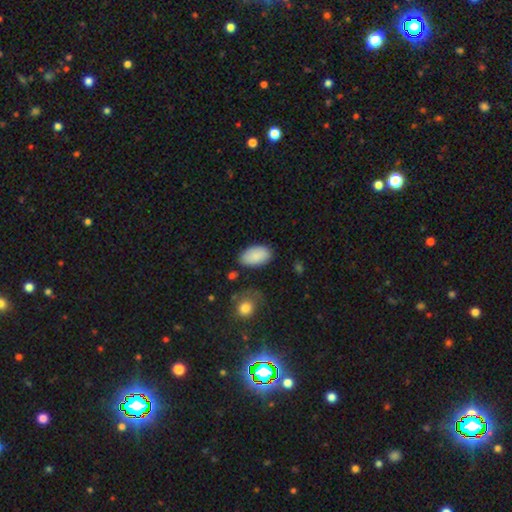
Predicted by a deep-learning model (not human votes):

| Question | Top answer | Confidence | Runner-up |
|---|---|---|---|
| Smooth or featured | smooth | 87% | featured or disk (6%) |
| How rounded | in between | 94% | round (4%) |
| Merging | none | 78% | minor disturbance (15%) |